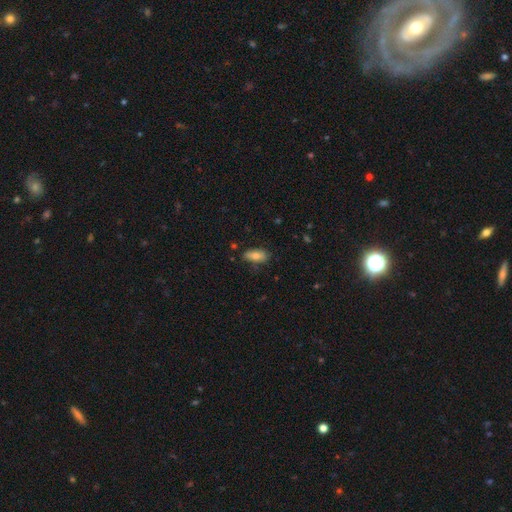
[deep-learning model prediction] This is likely a smooth galaxy (72%). How rounded: clearly in between (87%). Merging: likely none (71%).